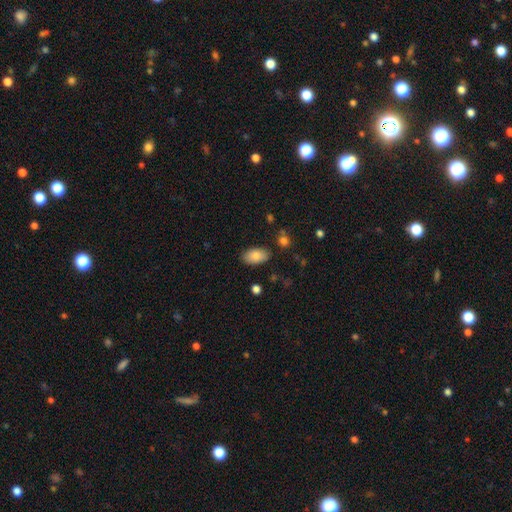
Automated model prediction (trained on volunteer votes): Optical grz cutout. It shows a smooth galaxy with no disk features (84%) that is in between round and cigar-shaped (93%). Merging: none (83%).